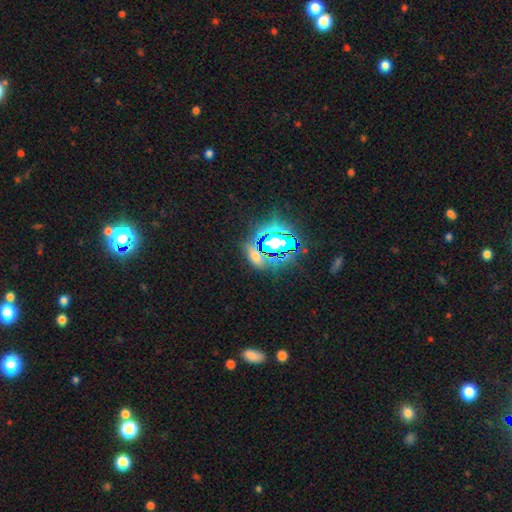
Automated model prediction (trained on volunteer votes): Smooth or featured? star or artifact (53%)